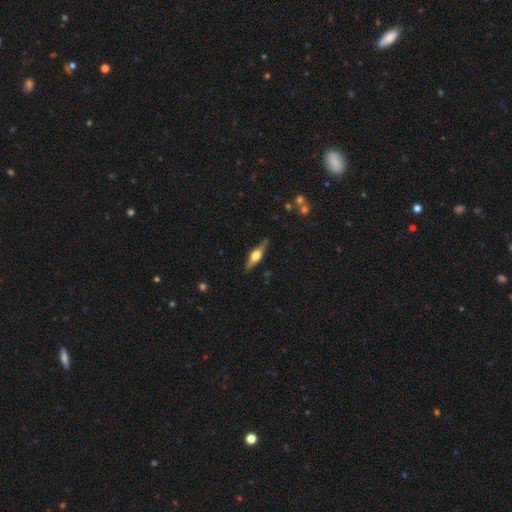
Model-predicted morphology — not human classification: Smooth or featured? featured or disk (67%)
Edge-on disk? yes (95%)
Edge-on bulge? rounded (92%)
Merging? none (87%)